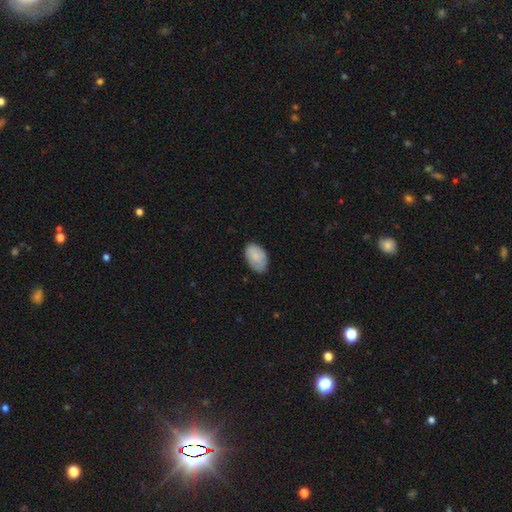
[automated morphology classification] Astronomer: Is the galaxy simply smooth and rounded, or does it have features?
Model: smooth — 84%.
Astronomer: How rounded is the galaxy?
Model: in between — 92%.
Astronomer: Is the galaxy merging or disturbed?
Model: none — 77%.